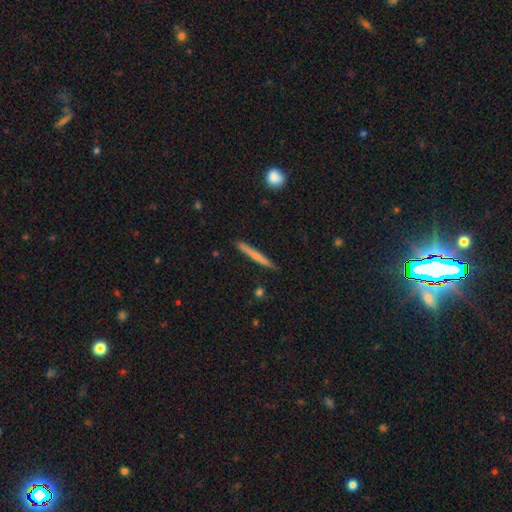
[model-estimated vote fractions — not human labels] Smooth or featured? smooth (59%)
How rounded? cigar-shaped (96%)
Merging? none (89%)